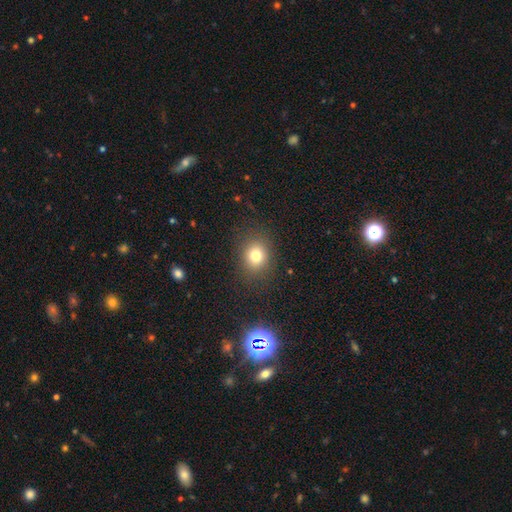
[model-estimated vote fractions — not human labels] Smooth or featured?
  - smooth: 77% *
  - star or artifact: 14%
  - featured or disk: 9%
How rounded?
  - round: 64% *
  - in between: 35%
  - cigar-shaped: 1%
Merging?
  - none: 84% *
  - minor disturbance: 10%
  - major disturbance: 4%
  - merger: 2%